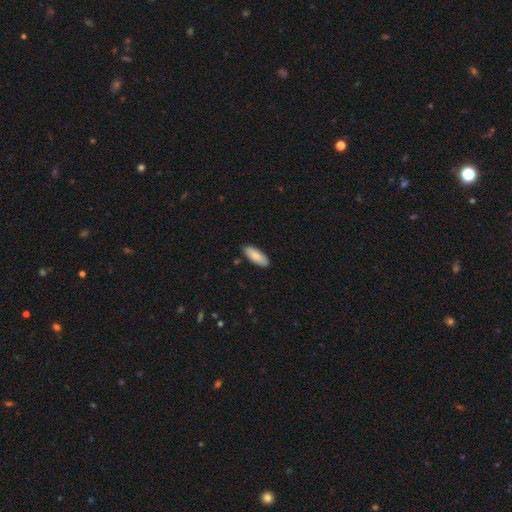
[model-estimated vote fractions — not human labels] Q: Smooth or featured?
A: smooth (84%); runner-up: featured or disk (10%)
Q: How rounded?
A: in between (77%); runner-up: cigar-shaped (21%)
Q: Merging?
A: none (88%); runner-up: minor disturbance (9%)